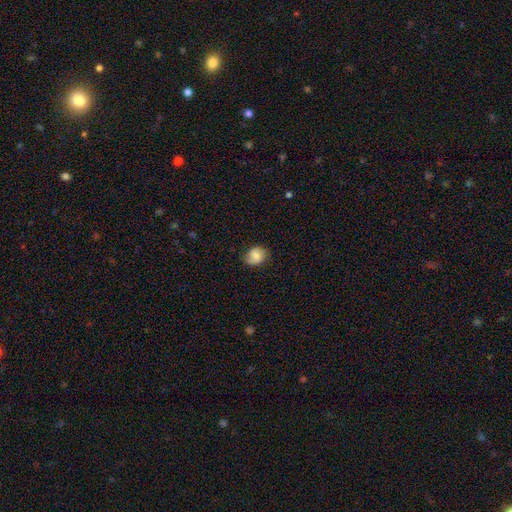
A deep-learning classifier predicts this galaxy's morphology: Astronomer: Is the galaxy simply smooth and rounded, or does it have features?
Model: smooth — 76%.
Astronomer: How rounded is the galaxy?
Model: round — 58% (runner-up: in between, 41%).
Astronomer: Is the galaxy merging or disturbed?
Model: none — 70%.